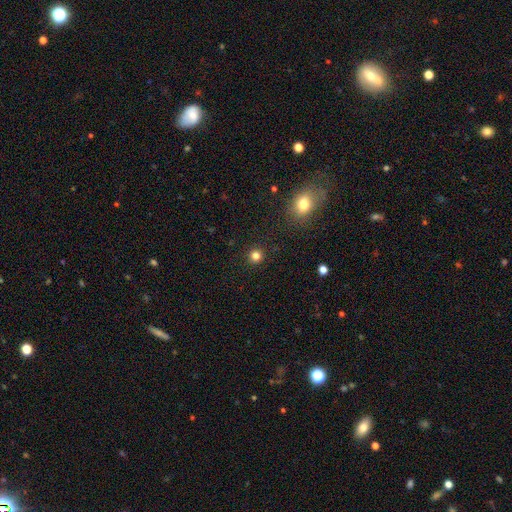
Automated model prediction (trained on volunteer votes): Morphology: type=smooth (82%); roundness=round (94%); merging=none (92%).